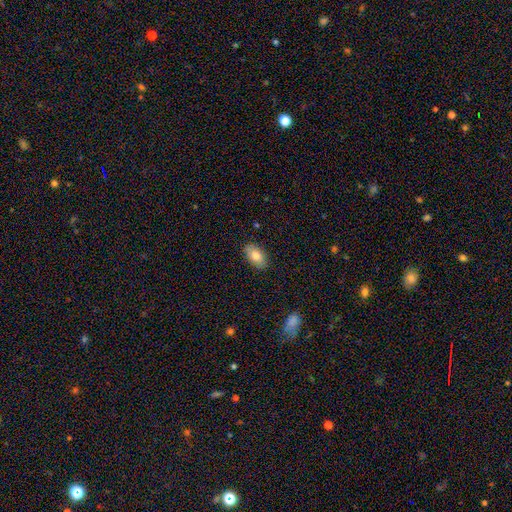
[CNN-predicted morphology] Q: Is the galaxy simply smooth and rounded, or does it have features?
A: smooth — 80%.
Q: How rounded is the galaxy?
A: in between — 92%.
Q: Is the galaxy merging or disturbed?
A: none — 86%.